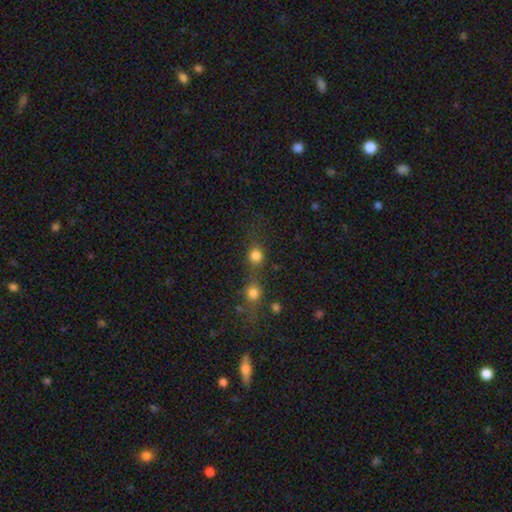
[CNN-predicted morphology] smooth 79%, star or artifact 14%, featured or disk 7%. Down the decision tree: how rounded — round (87%); merging — none (50%).